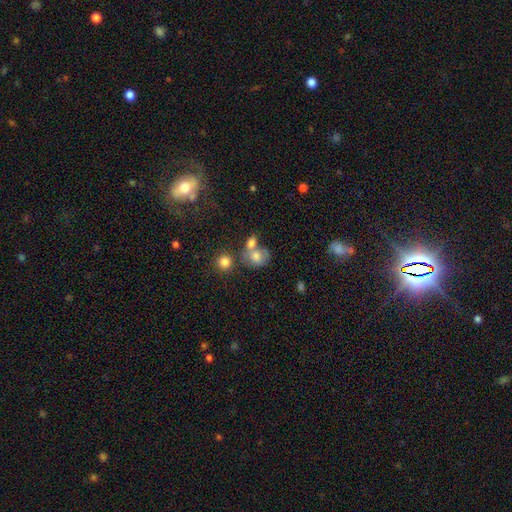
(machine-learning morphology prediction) The model was most divided on "merging": merger: 41%, none: 34%, minor disturbance: 15%, major disturbance: 10%. More confident: smooth or featured — smooth (67%); how rounded — round (54%).